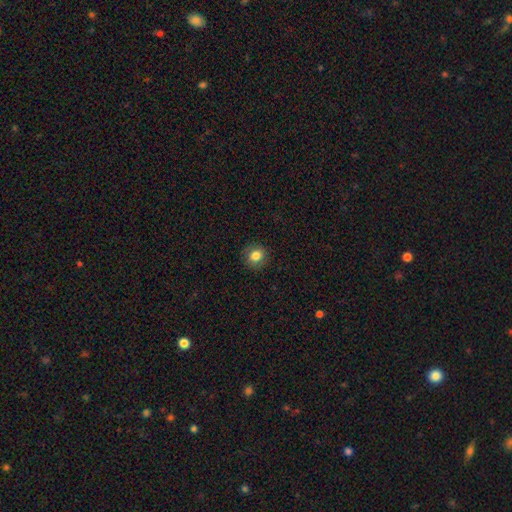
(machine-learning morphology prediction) Smooth or featured: smooth — 82% (star or artifact — 10%)
How rounded: round — 79% (in between — 20%)
Merging: none — 88% (minor disturbance — 9%)